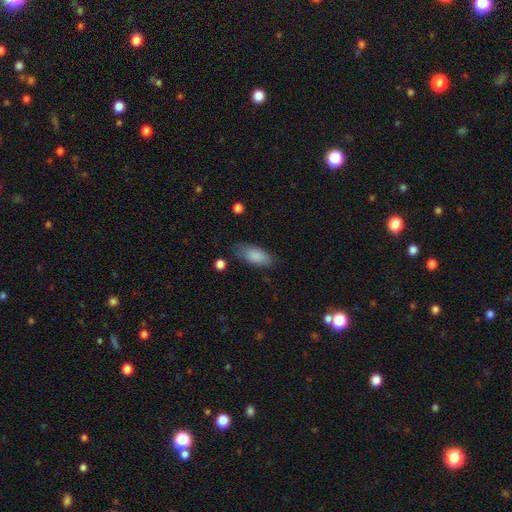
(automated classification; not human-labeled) Smooth or featured: smooth — 87% (featured or disk — 7%)
How rounded: in between — 88% (cigar-shaped — 10%)
Merging: none — 72% (minor disturbance — 21%)